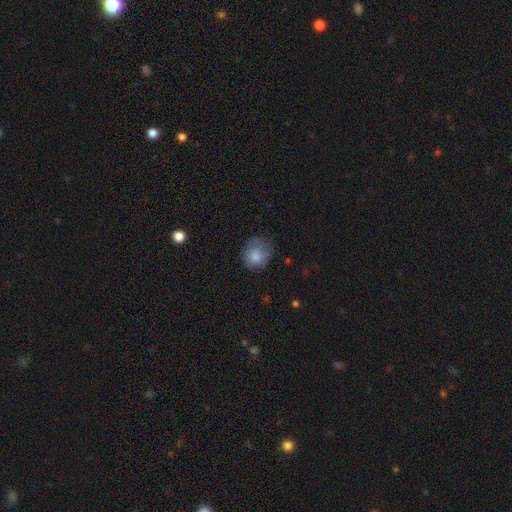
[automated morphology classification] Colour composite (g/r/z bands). It shows a smooth galaxy with no disk features (80%) that is round (76%). Merging: none (62%).